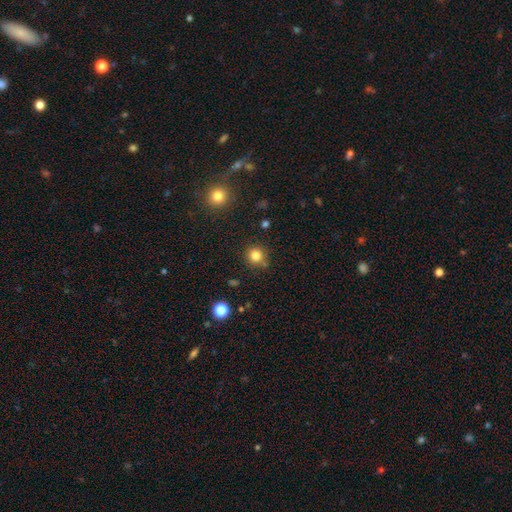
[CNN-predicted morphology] A smooth galaxy with no disk features (82%) that is round (92%). Merging: none (82%).